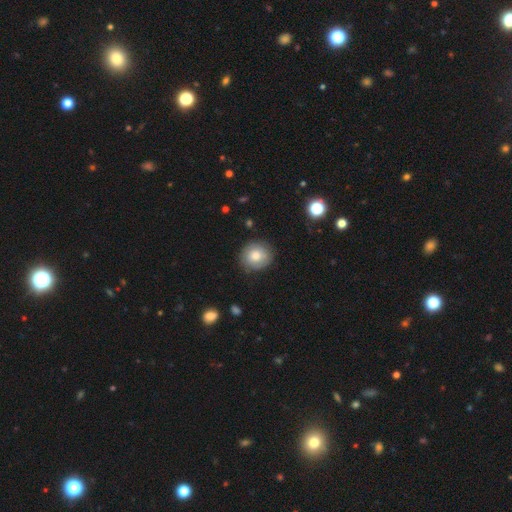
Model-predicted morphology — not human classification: Smooth or featured: smooth — 74% (featured or disk — 18%)
How rounded: round — 84% (in between — 15%)
Merging: none — 83% (minor disturbance — 13%)